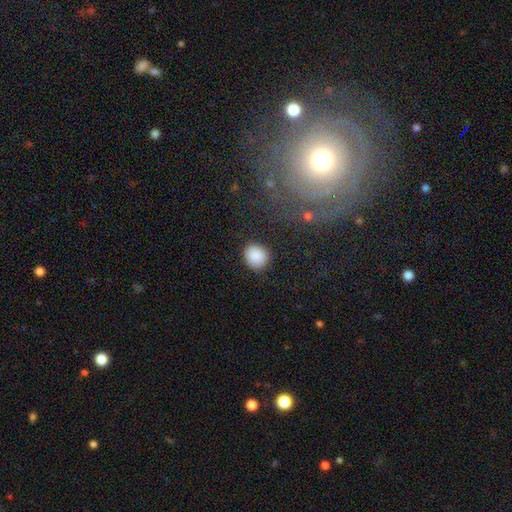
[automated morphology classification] The model was most divided on "how rounded": round: 80%, in between: 19%, cigar-shaped: 1%. More confident: smooth or featured — smooth (89%); merging — none (88%).